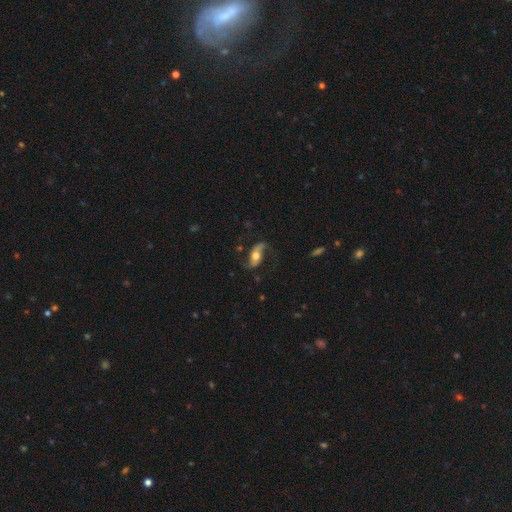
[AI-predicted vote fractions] Smooth or featured: featured or disk — 76% (smooth — 17%)
Edge-on disk: no — 89% (yes — 11%)
Bar: no — 48% (weak — 27%)
Spiral arms: yes — 91% (no — 9%)
Spiral winding: loose — 73% (medium — 21%)
Spiral arm count: 2 — 92% (1 — 3%)
Bulge size: moderate — 64% (large — 20%)
Merging: none — 71% (minor disturbance — 17%)